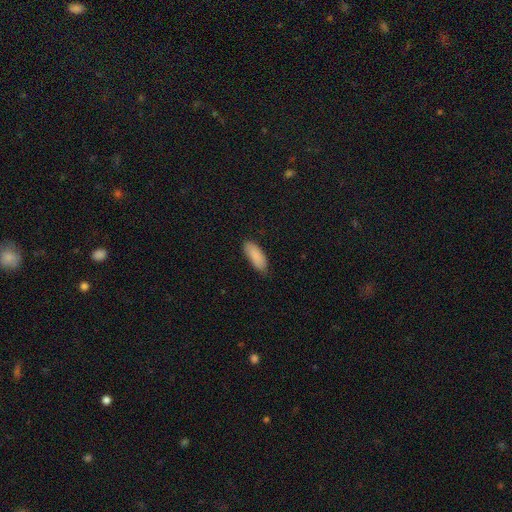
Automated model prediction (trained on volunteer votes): Smooth or featured? smooth (89%)
How rounded? in between (78%)
Merging? none (78%)